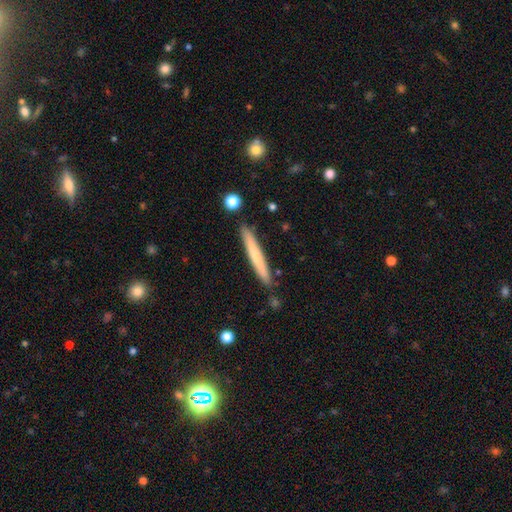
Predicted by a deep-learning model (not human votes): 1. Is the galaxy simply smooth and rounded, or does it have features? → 62% smooth, 32% featured or disk, 6% star or artifact.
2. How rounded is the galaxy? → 96% cigar-shaped, 3% in between, 1% round.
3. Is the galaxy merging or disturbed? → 88% none, 8% minor disturbance, 2% merger, 1% major disturbance.